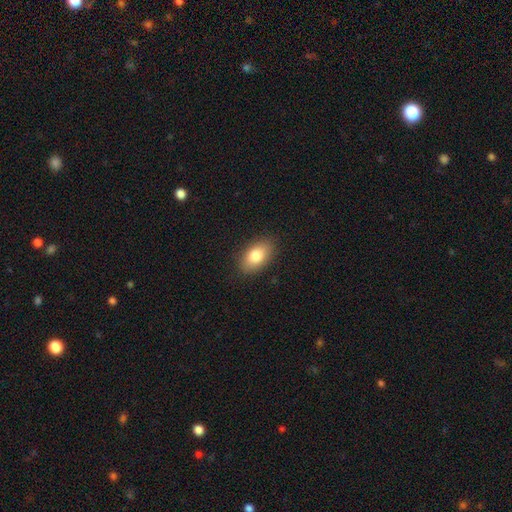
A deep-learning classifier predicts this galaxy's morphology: Smooth or featured?
  - smooth: 82% *
  - featured or disk: 11%
  - star or artifact: 7%
How rounded?
  - in between: 91% *
  - round: 7%
  - cigar-shaped: 2%
Merging?
  - none: 87% *
  - minor disturbance: 10%
  - major disturbance: 3%
  - merger: 1%